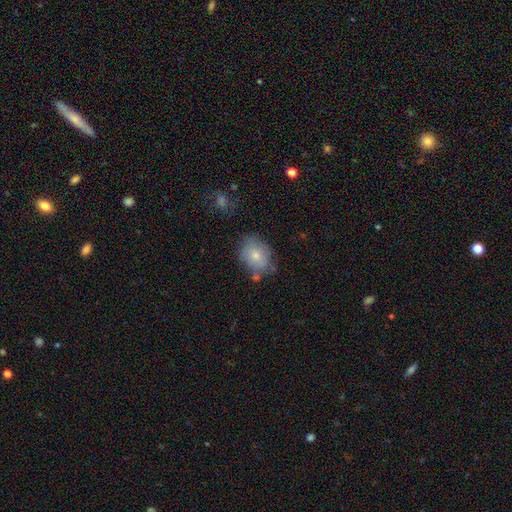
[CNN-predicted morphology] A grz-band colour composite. It shows a smooth galaxy with no disk features (73%) that is in between round and cigar-shaped (53%). Merging: none (62%).